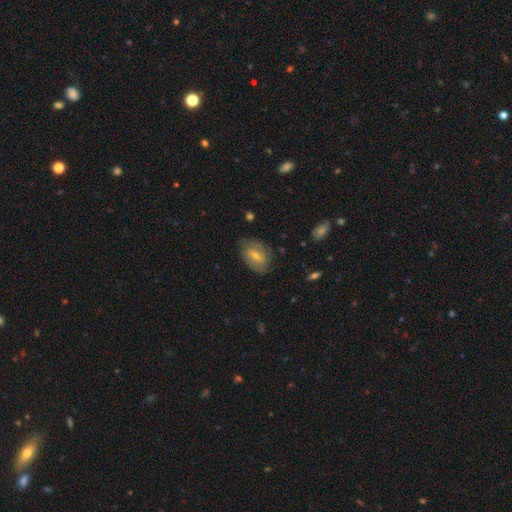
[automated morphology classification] smooth-or-featured: featured or disk: 60% | smooth: 30% | star or artifact: 11%
  disk-edge-on: no: 94% | yes: 6%
    bar: weak: 50% | no: 32% | strong: 18%
    has-spiral-arms: yes: 80% | no: 20%
    bulge-size: small: 48% | moderate: 47% | none: 2% | large: 2% | dominant: 1%
  merging: none: 76% | minor disturbance: 17% | major disturbance: 6% | merger: 1%